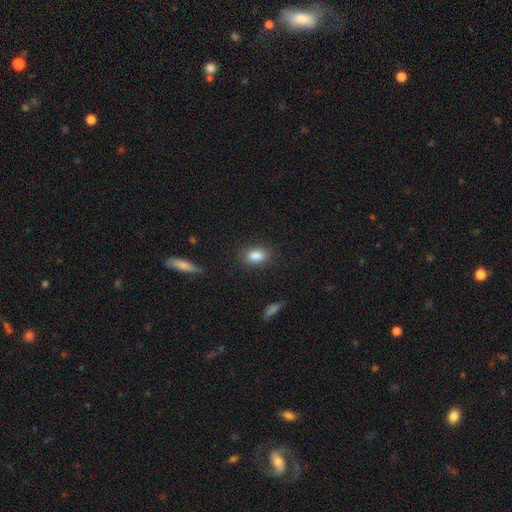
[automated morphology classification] Overall: smooth (86%). How rounded: in between (81%). Merging: none (84%).